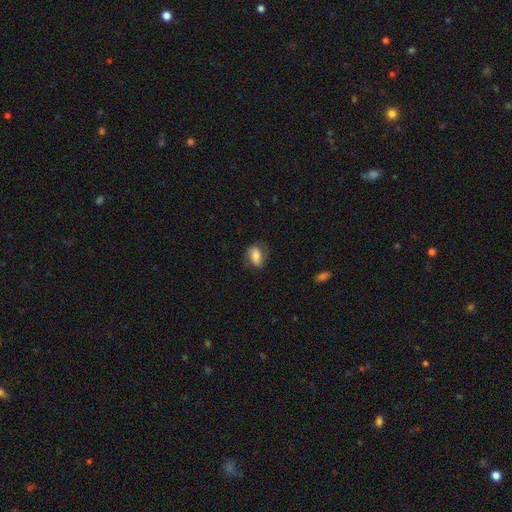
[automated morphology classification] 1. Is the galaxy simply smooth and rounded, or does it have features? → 68% smooth, 24% featured or disk, 8% star or artifact.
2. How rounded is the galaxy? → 81% in between, 16% round, 3% cigar-shaped.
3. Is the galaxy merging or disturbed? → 70% none, 20% minor disturbance, 8% major disturbance, 1% merger.